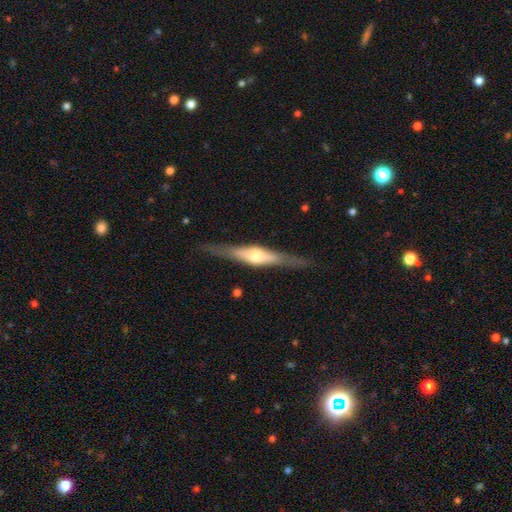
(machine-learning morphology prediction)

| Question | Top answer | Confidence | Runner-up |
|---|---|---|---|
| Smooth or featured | featured or disk | 72% | smooth (23%) |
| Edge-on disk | yes | 96% | no (4%) |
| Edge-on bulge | rounded | 85% | boxy (11%) |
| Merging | none | 85% | minor disturbance (11%) |